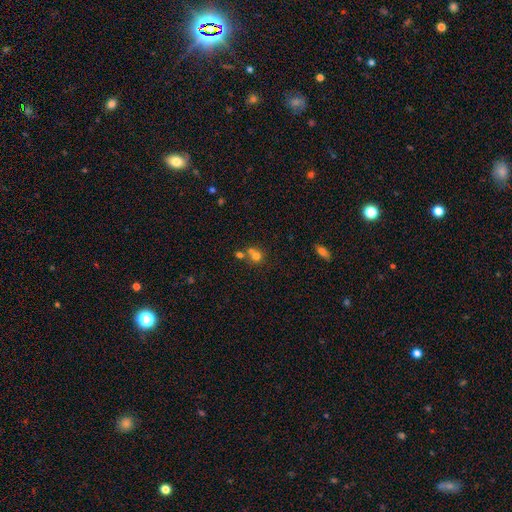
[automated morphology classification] A smooth galaxy with no disk features (68%) that is round (83%).

Vote fractions:
- Smooth or featured? smooth: 68% / featured or disk: 16% / star or artifact: 16%
- How rounded? round: 83% / in between: 16% / cigar-shaped: 1%
- Merging? merger: 50% / none: 40% / minor disturbance: 7% / major disturbance: 3%